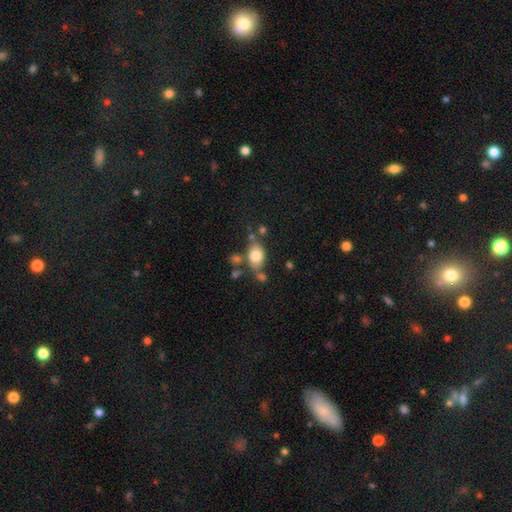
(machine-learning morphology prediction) Smooth or featured?
  - smooth: 79% *
  - featured or disk: 12%
  - star or artifact: 9%
How rounded?
  - in between: 75% *
  - round: 23%
  - cigar-shaped: 2%
Merging?
  - none: 62% *
  - minor disturbance: 18%
  - merger: 14%
  - major disturbance: 6%